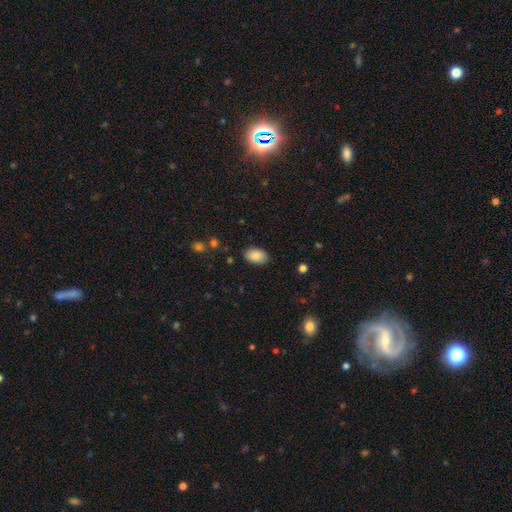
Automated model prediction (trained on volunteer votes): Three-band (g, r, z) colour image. It shows a smooth galaxy with no disk features (88%) that is in between round and cigar-shaped (91%). Merging: none (86%).